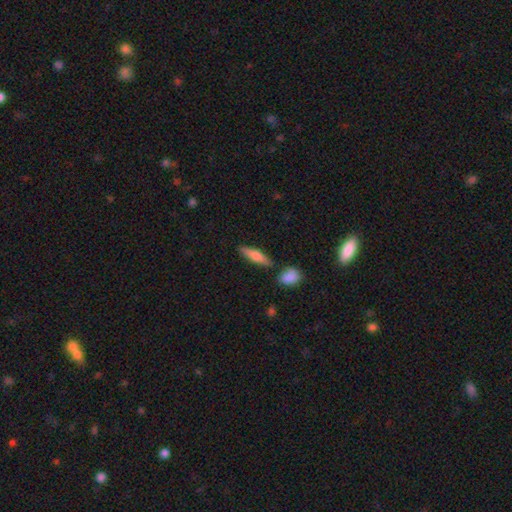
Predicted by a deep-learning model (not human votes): A smooth galaxy with no disk features (69%) that is cigar-shaped (67%). Merging: none (79%).